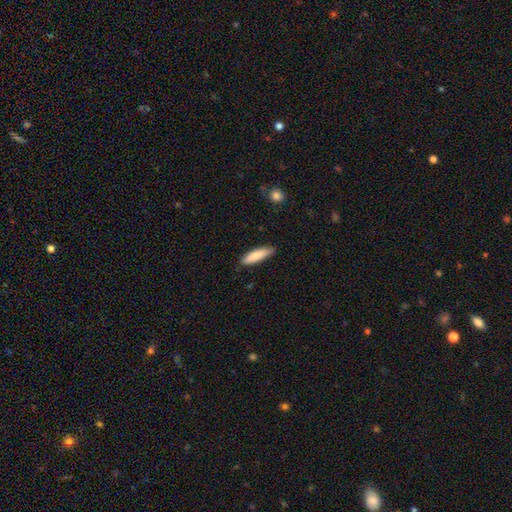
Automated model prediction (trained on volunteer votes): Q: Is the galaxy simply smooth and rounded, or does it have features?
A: smooth — 83%.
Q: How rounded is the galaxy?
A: cigar-shaped — 62%.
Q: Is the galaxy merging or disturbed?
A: none — 86%.